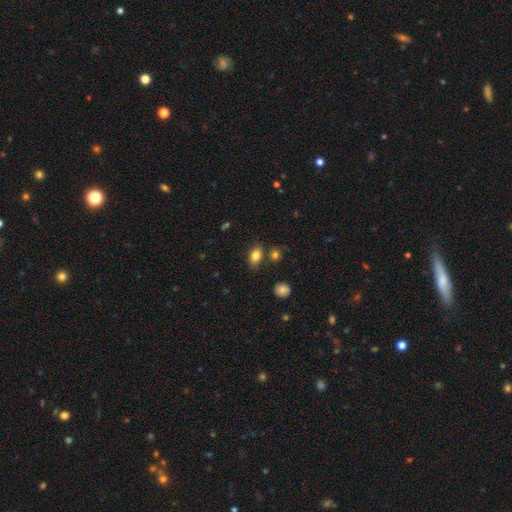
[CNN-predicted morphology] A smooth galaxy with no disk features (83%) that is in between round and cigar-shaped (82%).

Vote fractions:
- Smooth or featured? smooth: 83% / star or artifact: 10% / featured or disk: 8%
- How rounded? in between: 82% / round: 16% / cigar-shaped: 2%
- Merging? none: 78% / minor disturbance: 13% / merger: 5% / major disturbance: 3%